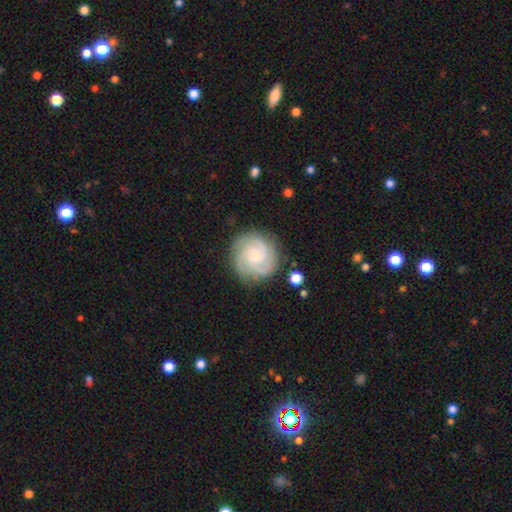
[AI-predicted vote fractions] Smooth or featured: featured or disk — 81% (smooth — 13%)
Edge-on disk: no — 98% (yes — 2%)
Bar: no — 69% (weak — 28%)
Spiral arms: yes — 97% (no — 3%)
Spiral winding: tight — 60% (medium — 34%)
Spiral arm count: 3 — 49% (4 — 16%)
Bulge size: small — 56% (moderate — 38%)
Merging: none — 83% (minor disturbance — 12%)